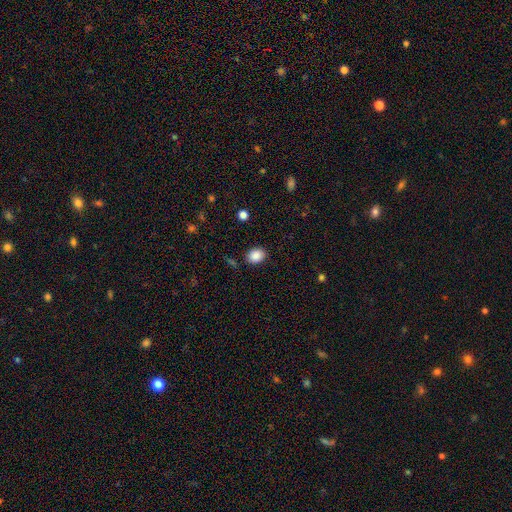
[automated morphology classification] smooth_or_featured: smooth (p=0.88) [alt: star or artifact p=0.09]
how_rounded: in between (p=0.57) [alt: round p=0.42]
merging: none (p=0.86) [alt: minor disturbance p=0.10]